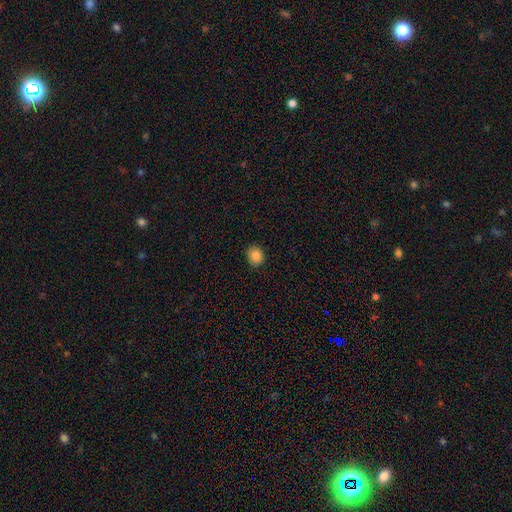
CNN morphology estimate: The model was most divided on "how rounded": round: 69%, in between: 30%, cigar-shaped: 1%. More confident: merging — none (88%); smooth or featured — smooth (84%).